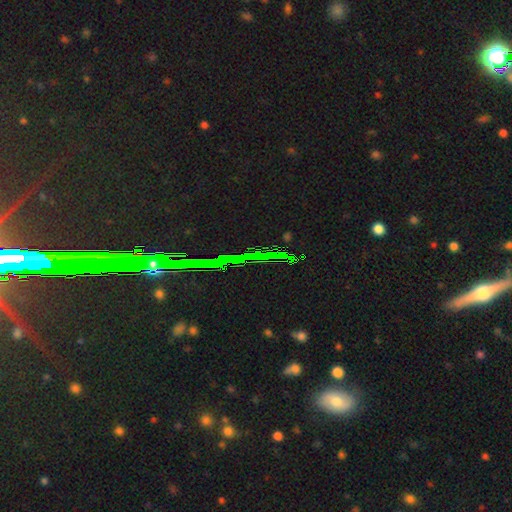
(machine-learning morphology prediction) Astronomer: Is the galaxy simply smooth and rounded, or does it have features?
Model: star or artifact — 79%.